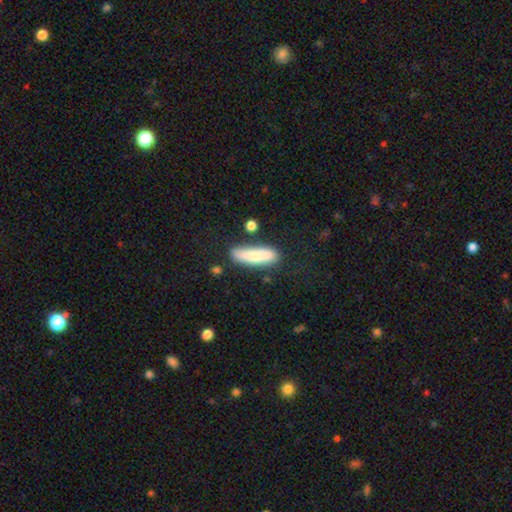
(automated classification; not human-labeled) Smooth or featured? smooth (72%)
How rounded? cigar-shaped (67%)
Merging? none (75%)